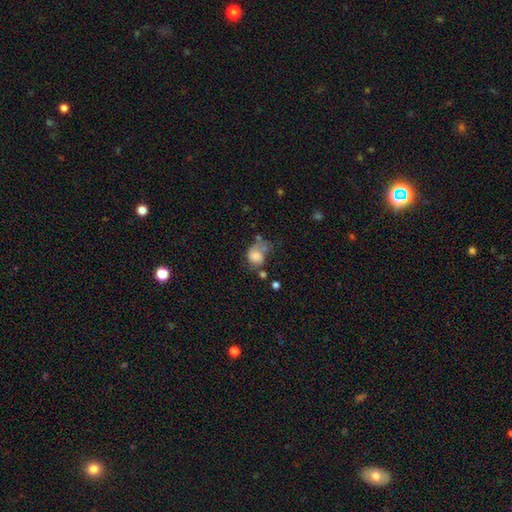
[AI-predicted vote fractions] This is likely a smooth galaxy (63%). How rounded: possibly round (51%). Merging: marginally major disturbance (36%).